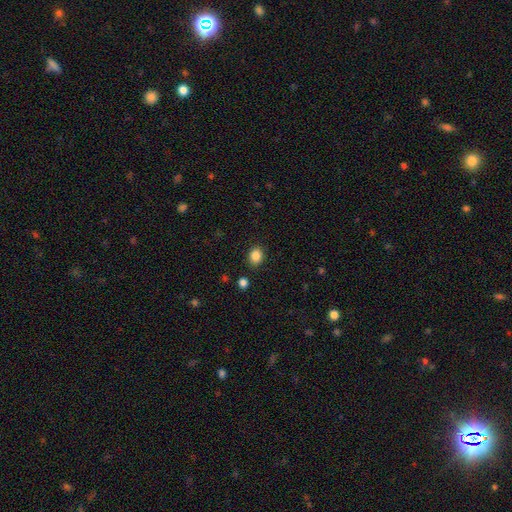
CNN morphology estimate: smooth_or_featured: smooth (p=0.86) [alt: star or artifact p=0.10]
how_rounded: round (p=0.55) [alt: in between p=0.45]
merging: none (p=0.87) [alt: minor disturbance p=0.08]